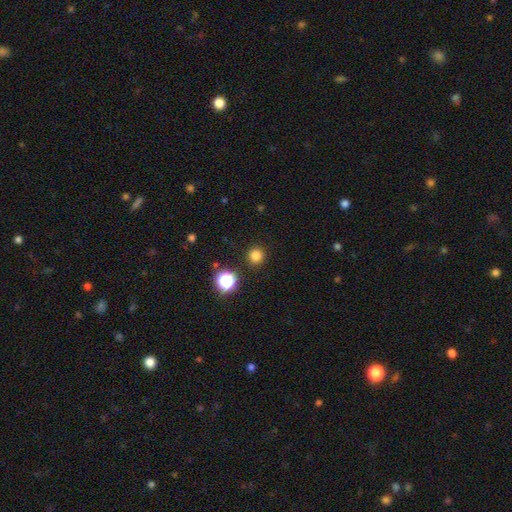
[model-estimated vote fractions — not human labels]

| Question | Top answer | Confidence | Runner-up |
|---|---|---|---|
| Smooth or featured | smooth | 80% | star or artifact (16%) |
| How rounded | round | 94% | in between (5%) |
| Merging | none | 91% | minor disturbance (6%) |